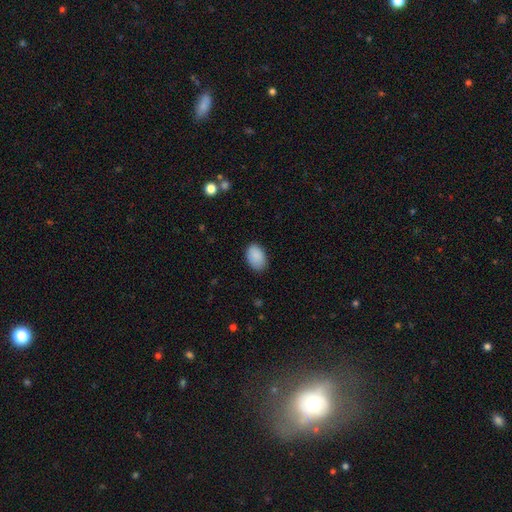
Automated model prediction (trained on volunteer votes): smooth 90%, star or artifact 7%, featured or disk 3%. Down the decision tree: how rounded — in between (88%); merging — none (84%).